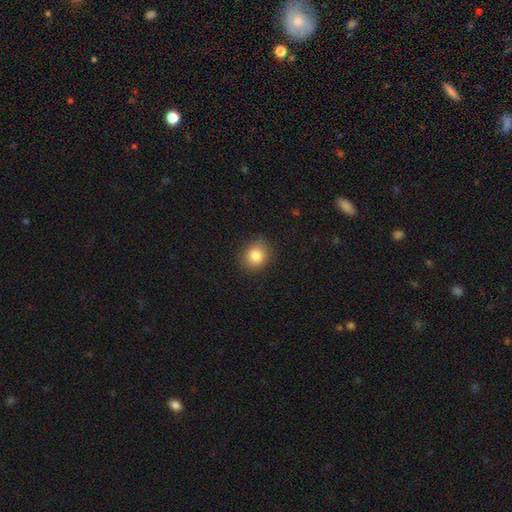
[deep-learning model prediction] Smooth or featured: smooth — 83% (star or artifact — 10%)
How rounded: round — 69% (in between — 30%)
Merging: none — 85% (minor disturbance — 11%)